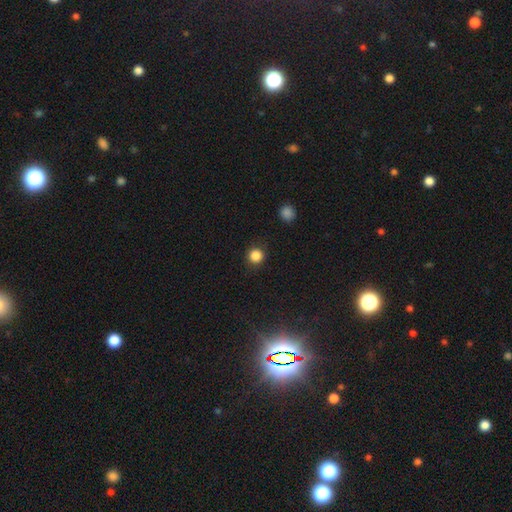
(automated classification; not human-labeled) Smooth or featured? smooth (85%)
How rounded? round (93%)
Merging? none (88%)